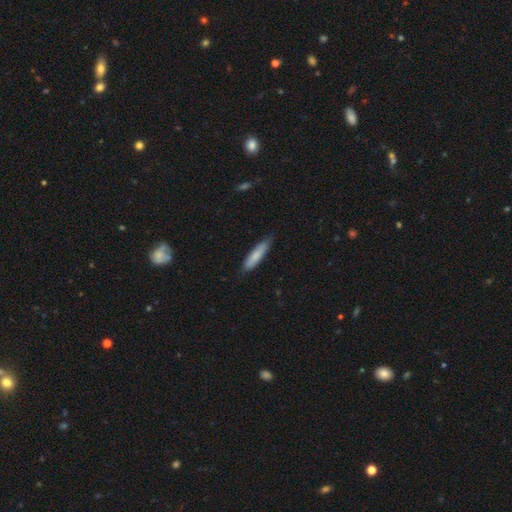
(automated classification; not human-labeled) Smooth or featured: smooth — 80% (featured or disk — 14%)
How rounded: cigar-shaped — 77% (in between — 22%)
Merging: none — 81% (minor disturbance — 16%)